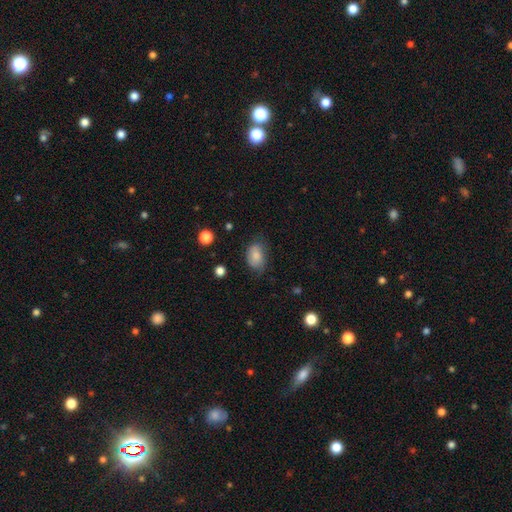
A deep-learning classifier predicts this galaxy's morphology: Smooth or featured: smooth — 79% (featured or disk — 13%)
How rounded: in between — 85% (round — 14%)
Merging: none — 60% (minor disturbance — 30%)